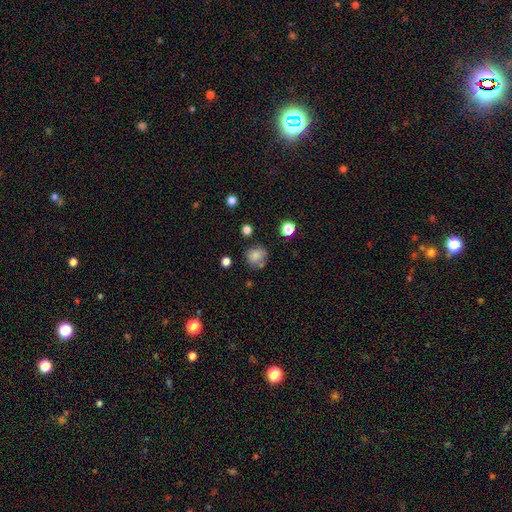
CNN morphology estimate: Smooth or featured? smooth (82%)
How rounded? round (87%)
Merging? none (73%)